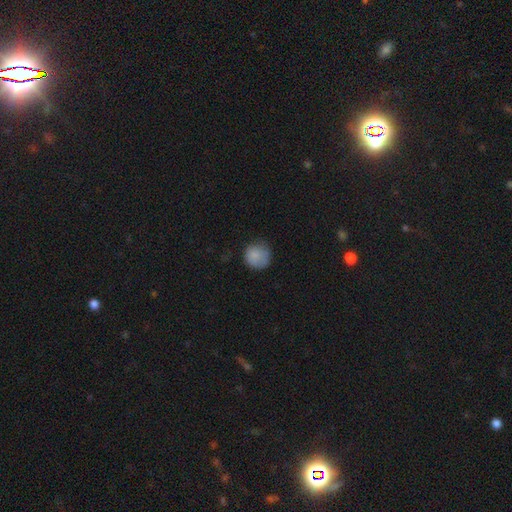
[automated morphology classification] Overall: smooth (84%). How rounded: round (89%). Merging: none (70%).